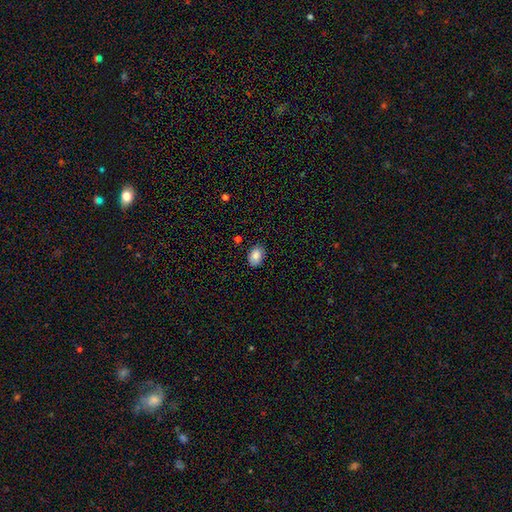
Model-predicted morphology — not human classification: Smooth or featured? Predicted: smooth (p=0.86). How rounded? Predicted: in between (p=0.78). Merging? Predicted: none (p=0.86).